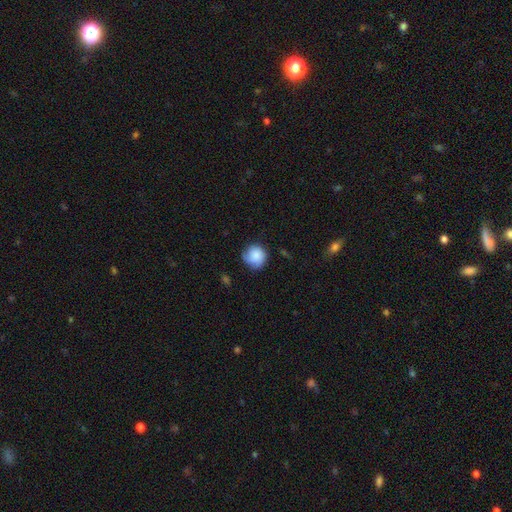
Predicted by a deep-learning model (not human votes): Smooth or featured? Predicted: smooth (p=0.80). How rounded? Predicted: round (p=0.90). Merging? Predicted: none (p=0.69).